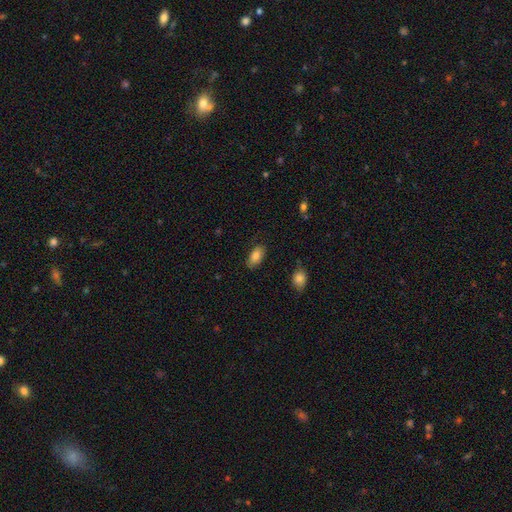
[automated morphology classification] Q: Smooth or featured?
A: smooth (84%); runner-up: featured or disk (9%)
Q: How rounded?
A: in between (93%); runner-up: round (4%)
Q: Merging?
A: none (82%); runner-up: minor disturbance (14%)